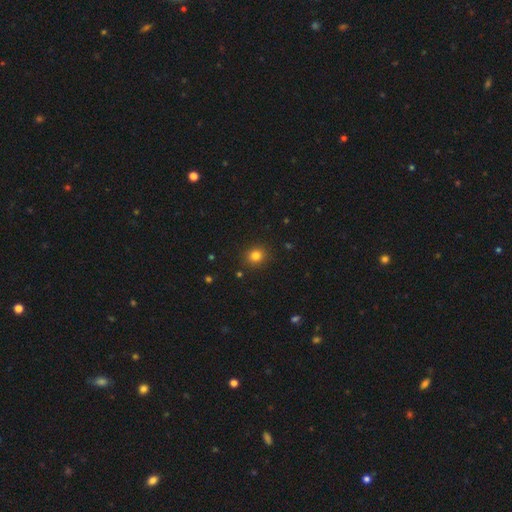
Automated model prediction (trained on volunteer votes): Morphology: type=smooth (81%); roundness=round (81%); merging=none (89%).